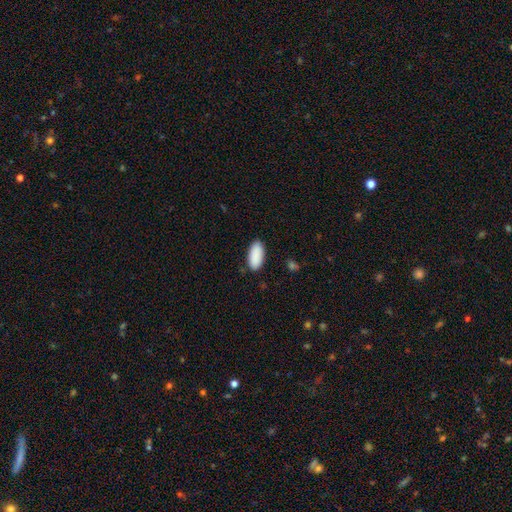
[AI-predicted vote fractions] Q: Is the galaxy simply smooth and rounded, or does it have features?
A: smooth — 91%.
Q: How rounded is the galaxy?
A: in between — 92%.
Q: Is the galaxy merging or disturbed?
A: none — 87%.